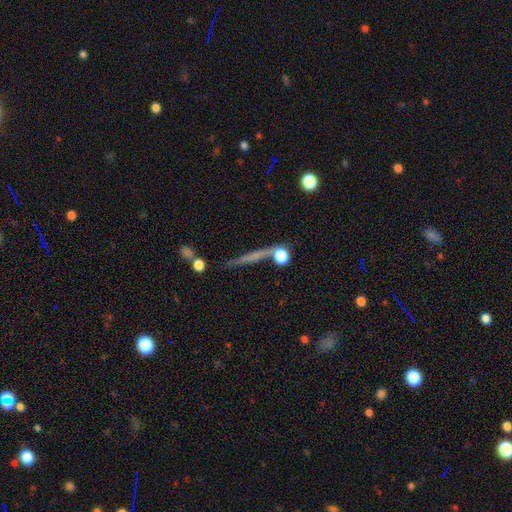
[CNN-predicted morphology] This is marginally a featured or disk galaxy (45%). Merging: likely none (73%).